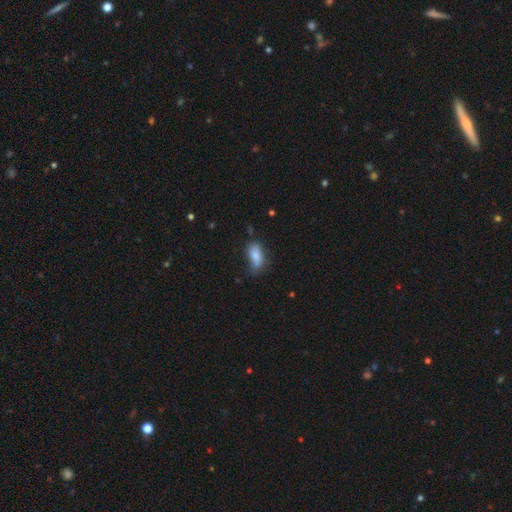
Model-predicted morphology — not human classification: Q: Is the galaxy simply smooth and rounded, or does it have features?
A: smooth — 81%.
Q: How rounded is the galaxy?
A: in between — 87%.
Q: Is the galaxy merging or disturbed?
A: none — 55%.